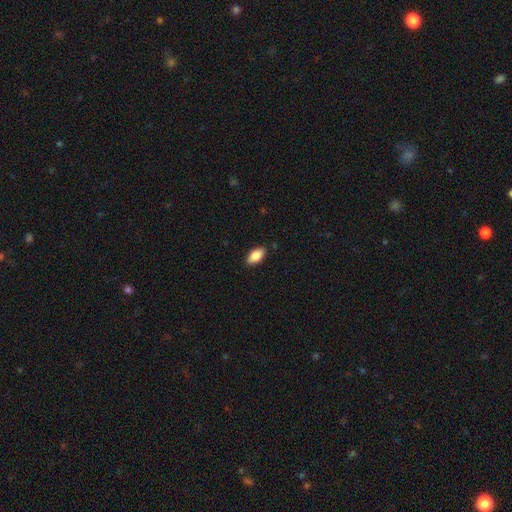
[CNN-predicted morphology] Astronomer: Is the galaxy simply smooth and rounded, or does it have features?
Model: smooth — 86%.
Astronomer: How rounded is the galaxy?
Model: in between — 92%.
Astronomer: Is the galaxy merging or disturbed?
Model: none — 88%.